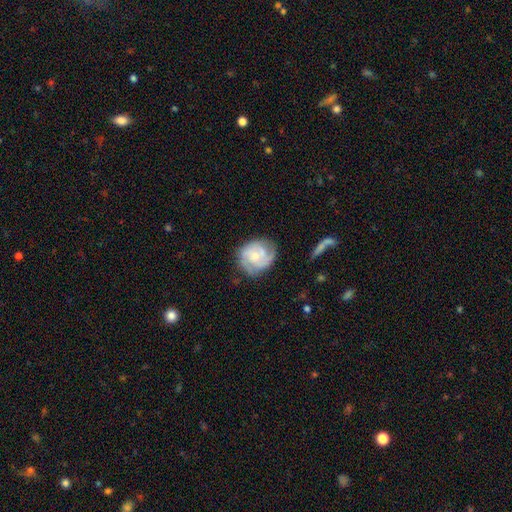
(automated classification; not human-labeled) smooth_or_featured: featured or disk (p=0.76) [alt: smooth p=0.19]
disk_edge_on: no (p=0.98) [alt: yes p=0.02]
bar: no (p=0.71) [alt: weak p=0.25]
has_spiral_arms: yes (p=0.93) [alt: no p=0.07]
spiral_winding: tight (p=0.51) [alt: medium p=0.38]
spiral_arm_count: 3 (p=0.36) [alt: 2 p=0.34]
bulge_size: small (p=0.47) [alt: moderate p=0.45]
merging: none (p=0.70) [alt: minor disturbance p=0.21]